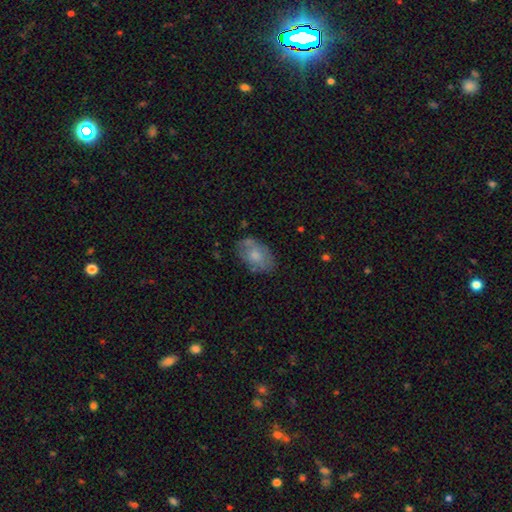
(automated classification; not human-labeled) Morphology: type=smooth (67%); roundness=in between (90%); merging=none (68%).